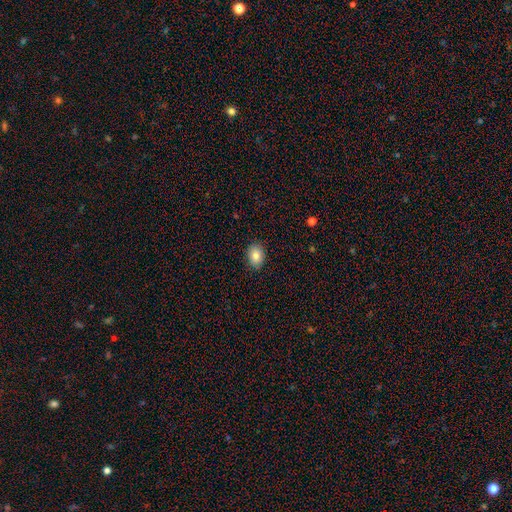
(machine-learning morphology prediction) A smooth galaxy with no disk features (83%) that is in between round and cigar-shaped (69%).

Vote fractions:
- Smooth or featured? smooth: 83% / featured or disk: 9% / star or artifact: 8%
- How rounded? in between: 69% / round: 30% / cigar-shaped: 1%
- Merging? none: 89% / minor disturbance: 9% / major disturbance: 2% / merger: 1%